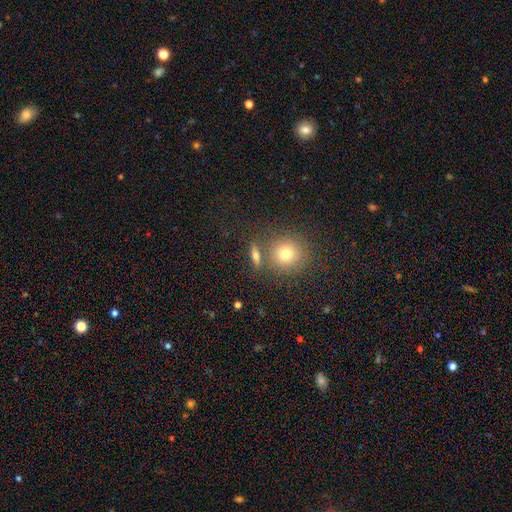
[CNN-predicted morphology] This appears to be a smooth galaxy with no disk features (67%) that is in between round and cigar-shaped (37%). Merging: none (75%).